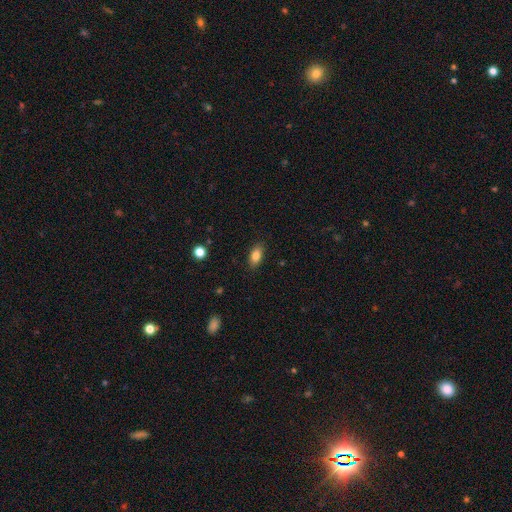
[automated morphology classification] smooth_or_featured: smooth (p=0.83) [alt: star or artifact p=0.09]
how_rounded: in between (p=0.88) [alt: round p=0.07]
merging: none (p=0.86) [alt: minor disturbance p=0.10]